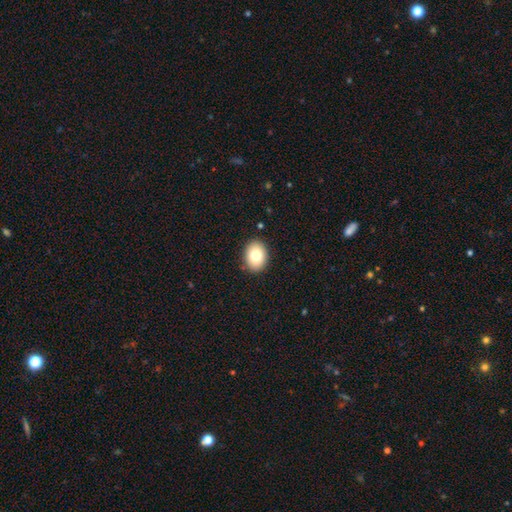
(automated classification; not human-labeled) A smooth galaxy with no disk features (79%) that is in between round and cigar-shaped (66%).

Vote fractions:
- Smooth or featured? smooth: 79% / featured or disk: 12% / star or artifact: 9%
- How rounded? in between: 66% / round: 33% / cigar-shaped: 1%
- Merging? none: 89% / minor disturbance: 8% / major disturbance: 2% / merger: 1%